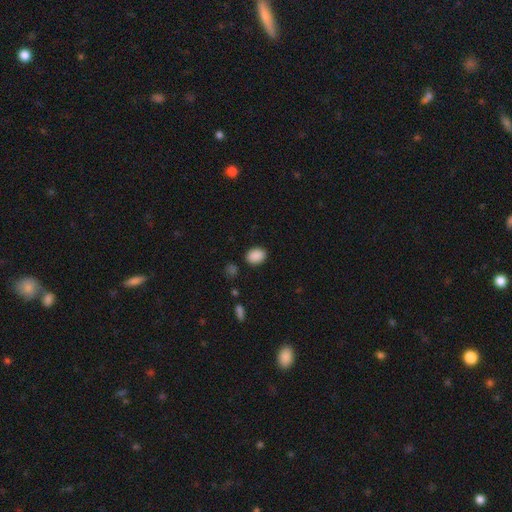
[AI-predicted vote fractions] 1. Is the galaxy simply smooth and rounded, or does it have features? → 89% smooth, 8% star or artifact, 3% featured or disk.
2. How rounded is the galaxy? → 69% in between, 30% round, 1% cigar-shaped.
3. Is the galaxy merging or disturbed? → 86% none, 9% minor disturbance, 3% major disturbance, 2% merger.